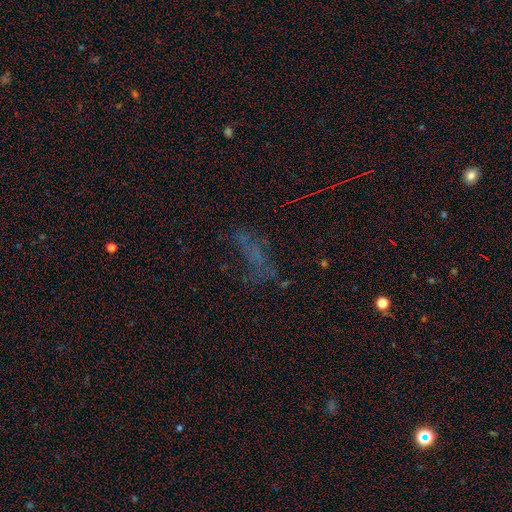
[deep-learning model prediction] Q: Smooth or featured?
A: smooth (35%); tied with: star or artifact (35%)
Q: Merging?
A: none (47%); runner-up: major disturbance (28%)